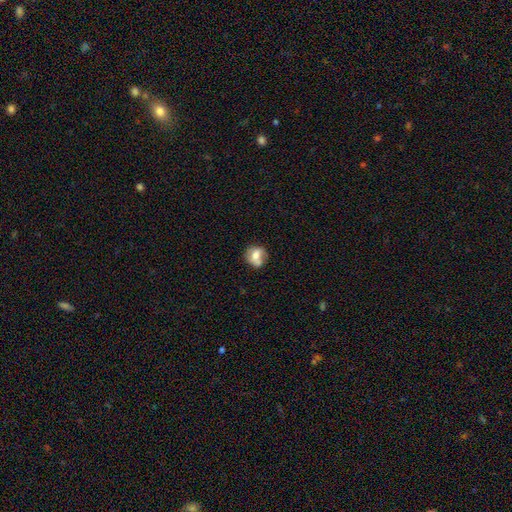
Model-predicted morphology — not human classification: Smooth or featured: smooth — 63% (featured or disk — 28%)
How rounded: round — 74% (in between — 25%)
Merging: none — 56% (minor disturbance — 22%)